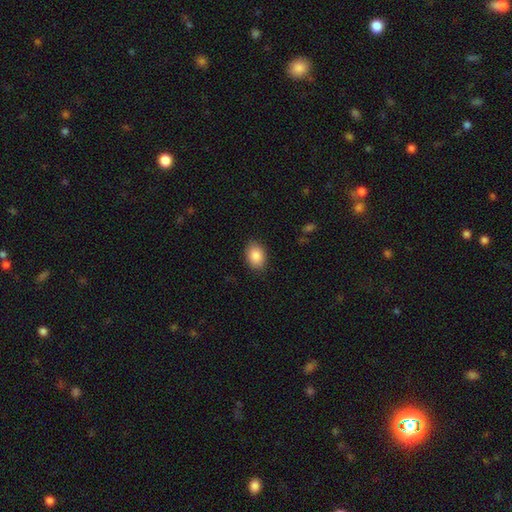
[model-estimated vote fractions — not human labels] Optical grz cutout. It shows a smooth galaxy with no disk features (88%) that is in between round and cigar-shaped (78%). Merging: none (87%).